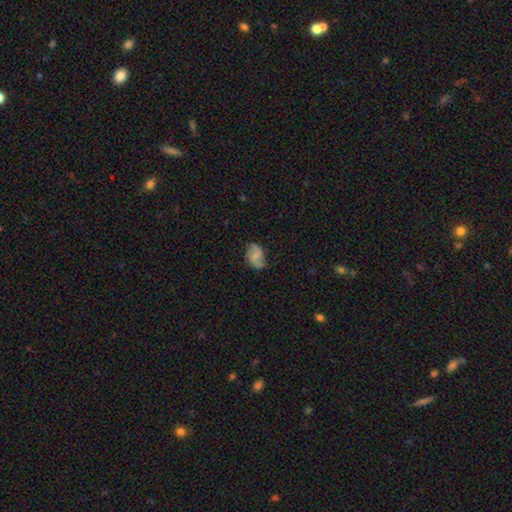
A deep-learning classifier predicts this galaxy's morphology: This appears to be a featured or disk galaxy (53%) with no bar (46%), spiral arms (88%) and a small central bulge (45%). Merging: none (66%).